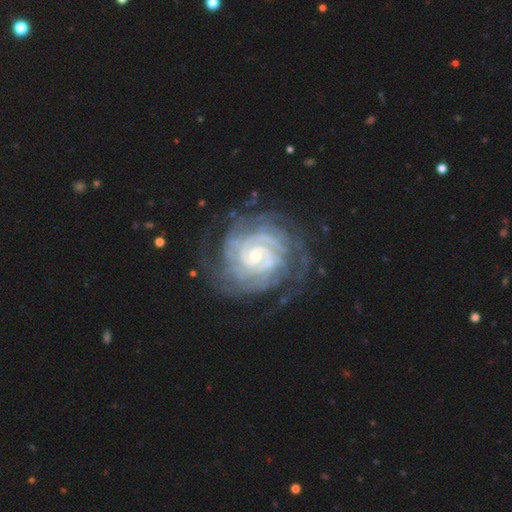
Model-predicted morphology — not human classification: featured or disk 90%, star or artifact 5%, smooth 4%. Down the decision tree: edge-on disk — no (98%); bar — no (69%); spiral arms — yes (98%); spiral arm count — can't tell (27%); spiral winding — tight (84%); bulge size — small (64%); merging — none (74%).